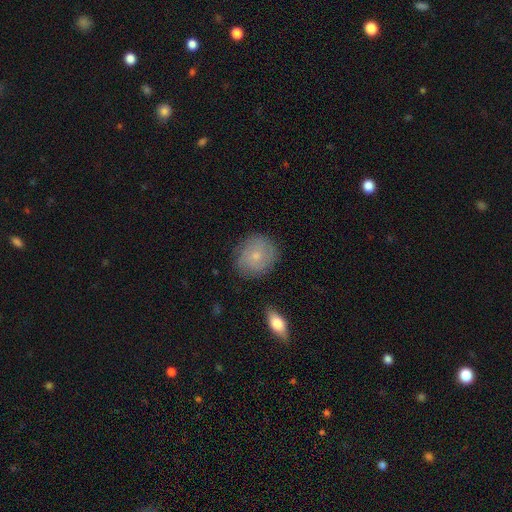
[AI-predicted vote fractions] A smooth galaxy with no disk features (57%) that is round (79%).

Vote fractions:
- Smooth or featured? smooth: 57% / featured or disk: 35% / star or artifact: 8%
- How rounded? round: 79% / in between: 19% / cigar-shaped: 1%
- Merging? none: 81% / minor disturbance: 14% / major disturbance: 3% / merger: 2%